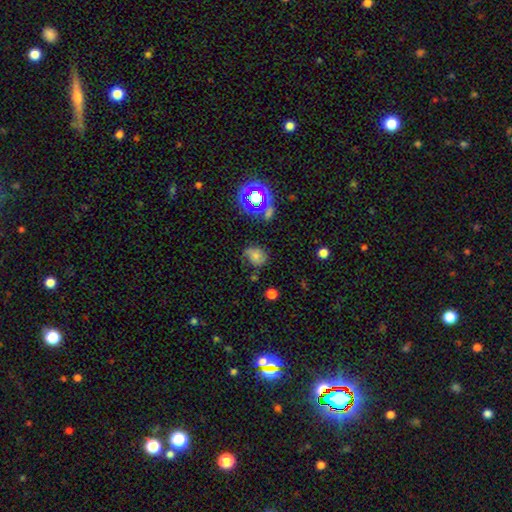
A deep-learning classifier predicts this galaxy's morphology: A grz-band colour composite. It shows a smooth galaxy with no disk features (59%) that is round (53%). Merging: none (48%).